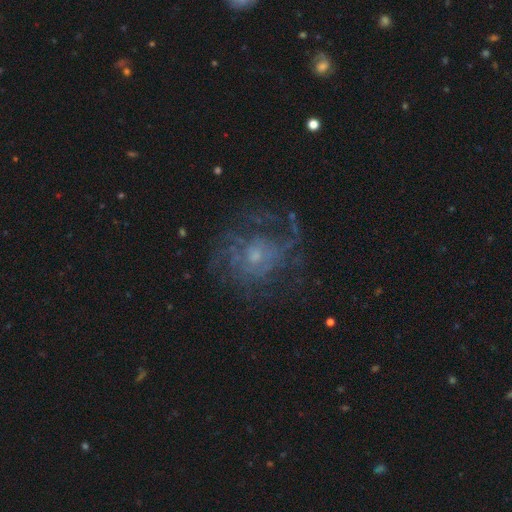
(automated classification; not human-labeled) A featured or disk galaxy (70%) with no bar (79%), tight (42%) spiral arms (77%) and a small central bulge (60%). Merging: none (64%).